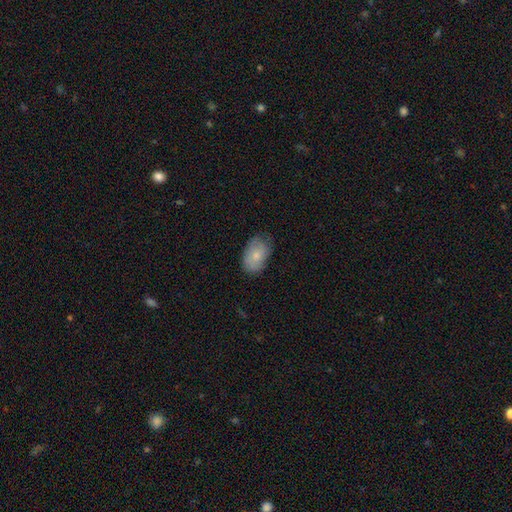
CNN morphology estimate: smooth_or_featured: smooth (p=0.76) [alt: featured or disk p=0.18]
how_rounded: in between (p=0.89) [alt: round p=0.10]
merging: none (p=0.71) [alt: minor disturbance p=0.24]